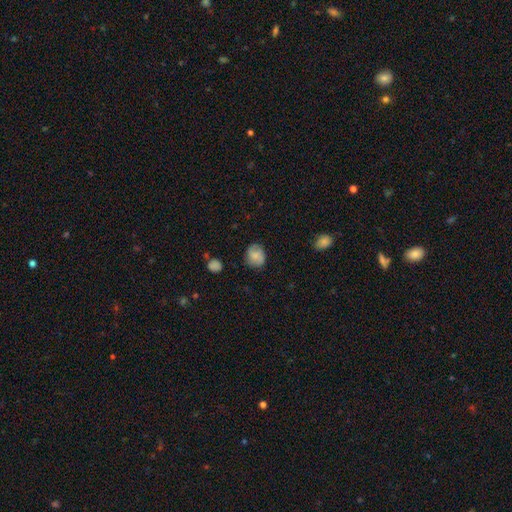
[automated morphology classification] The model was most divided on "how rounded": round: 72%, in between: 27%, cigar-shaped: 1%. More confident: merging — none (76%); smooth or featured — smooth (70%).